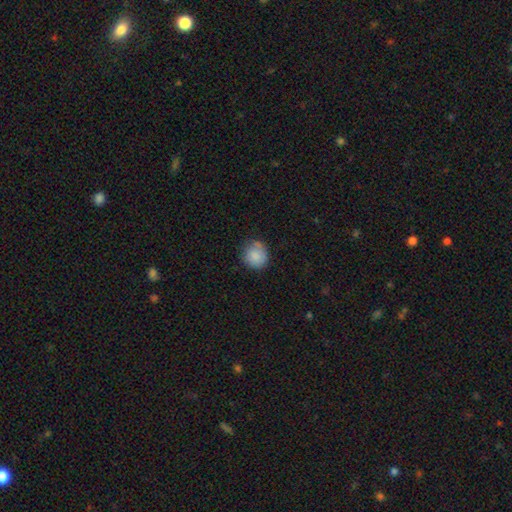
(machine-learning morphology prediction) smooth_or_featured: smooth (p=0.84) [alt: featured or disk p=0.08]
how_rounded: round (p=0.85) [alt: in between p=0.14]
merging: none (p=0.70) [alt: minor disturbance p=0.23]